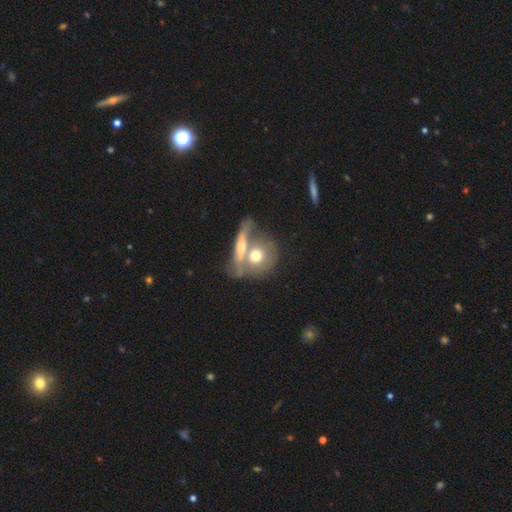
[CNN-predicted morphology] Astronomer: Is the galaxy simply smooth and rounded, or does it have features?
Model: smooth — 53% (runner-up: featured or disk, 40%).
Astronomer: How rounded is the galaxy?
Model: round — 59% (runner-up: in between, 35%).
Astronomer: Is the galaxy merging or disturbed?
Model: merger — 56%.